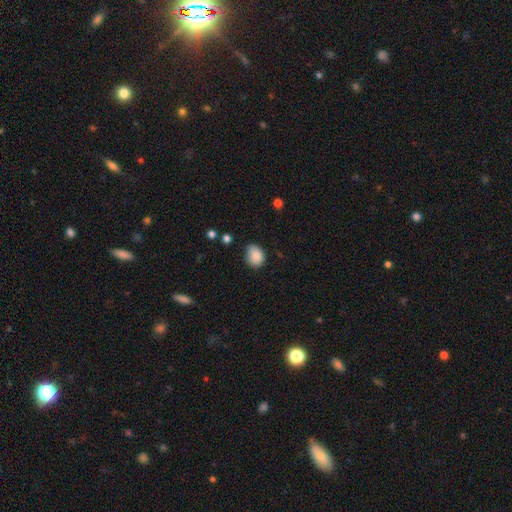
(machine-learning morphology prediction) The model was most divided on "how rounded": in between: 58%, round: 41%, cigar-shaped: 1%. More confident: smooth or featured — smooth (87%); merging — none (62%).